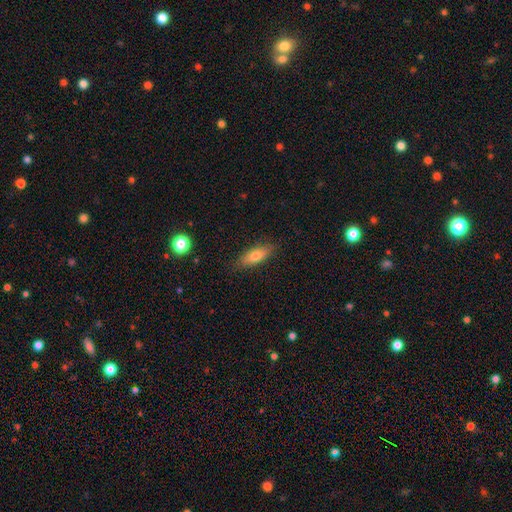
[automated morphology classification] Overall: smooth (72%). How rounded: in between (66%; cigar-shaped 31%). Merging: none (84%).